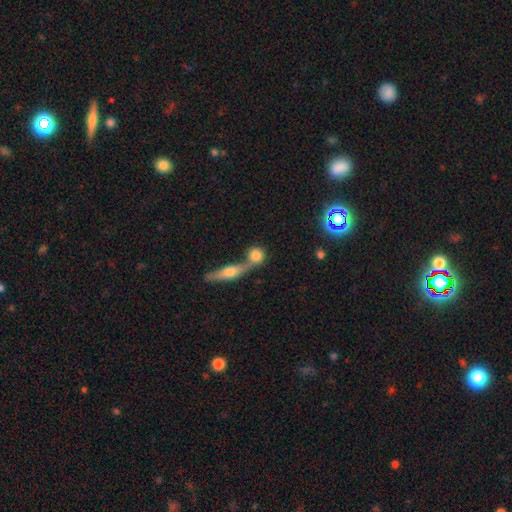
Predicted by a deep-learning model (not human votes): The model was most divided on "merging": merger: 45%, none: 44%, minor disturbance: 7%, major disturbance: 4%. More confident: how rounded — round (78%); smooth or featured — smooth (75%).